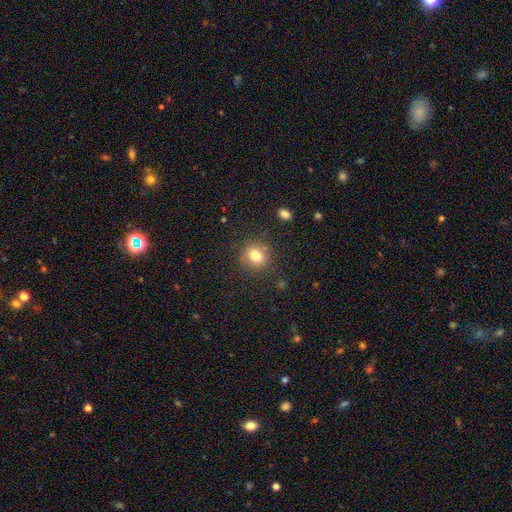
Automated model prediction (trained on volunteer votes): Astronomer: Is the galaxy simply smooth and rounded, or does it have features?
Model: smooth — 80%.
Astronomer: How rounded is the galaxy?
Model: round — 81%.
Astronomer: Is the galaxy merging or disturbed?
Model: none — 86%.